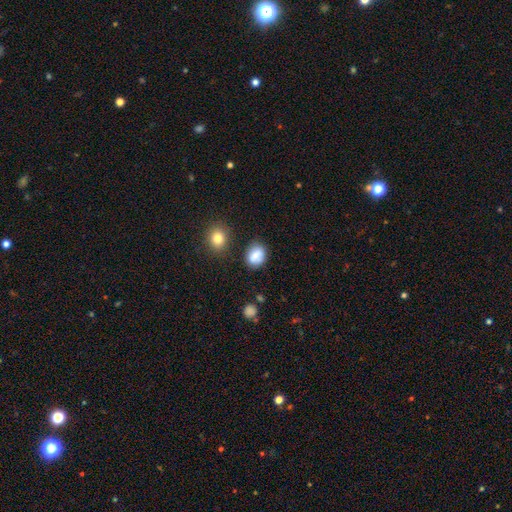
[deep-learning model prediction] smooth 79%, featured or disk 11%, star or artifact 9%. Down the decision tree: how rounded — in between (58%); merging — none (68%).